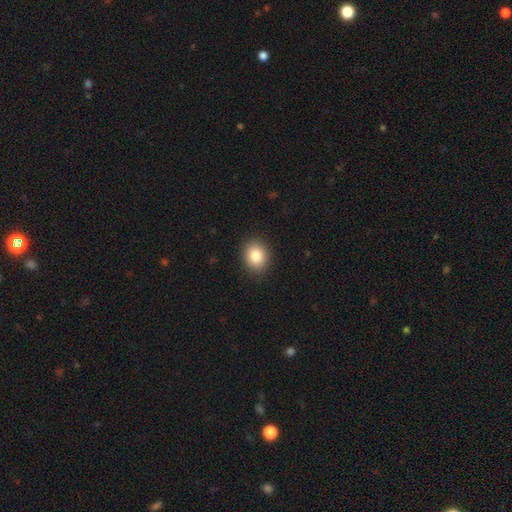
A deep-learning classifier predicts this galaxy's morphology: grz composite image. It shows a smooth galaxy with no disk features (84%) that is round (55%). Merging: none (90%).